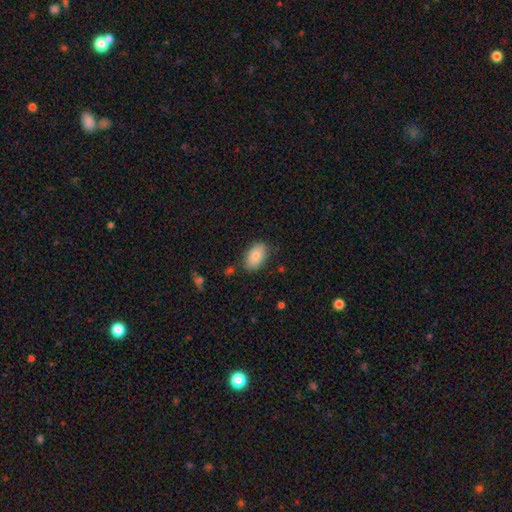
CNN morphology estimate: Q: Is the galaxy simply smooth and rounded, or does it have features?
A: smooth — 80%.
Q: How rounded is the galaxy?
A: in between — 91%.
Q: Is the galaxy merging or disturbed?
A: none — 81%.